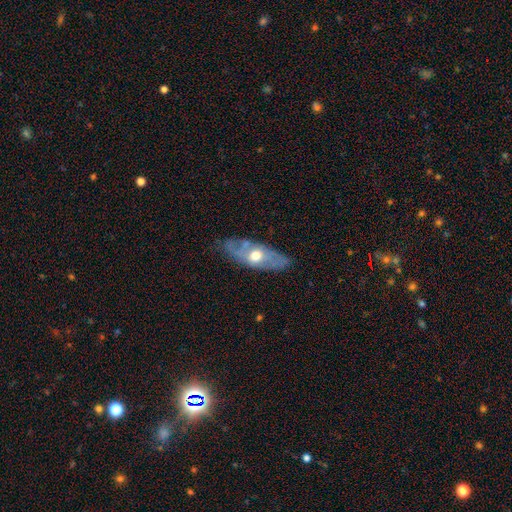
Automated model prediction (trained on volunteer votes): A featured or disk galaxy (57%). Merging: none (72%).